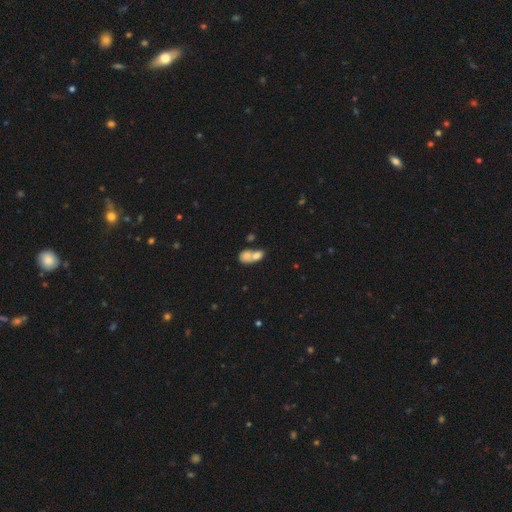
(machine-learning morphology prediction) type=smooth (72%); roundness=in between (71%); merging=merger (74%).